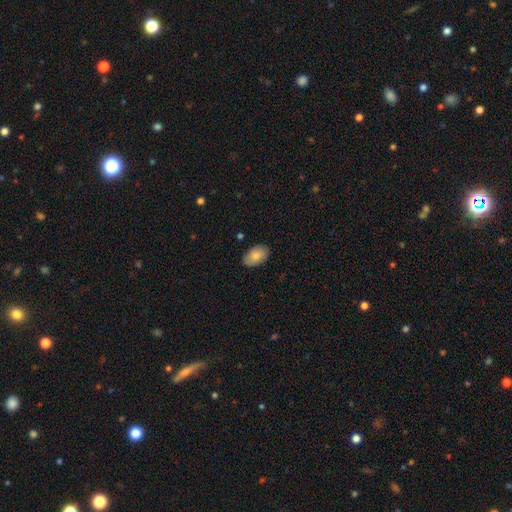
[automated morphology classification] Smooth or featured: smooth — 83% (featured or disk — 11%)
How rounded: in between — 93% (round — 6%)
Merging: none — 86% (minor disturbance — 11%)